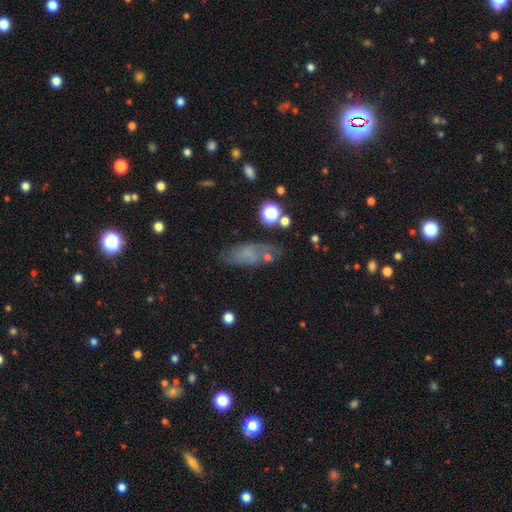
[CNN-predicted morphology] Smooth or featured? smooth (51%)
How rounded? in between (67%)
Merging? none (64%)